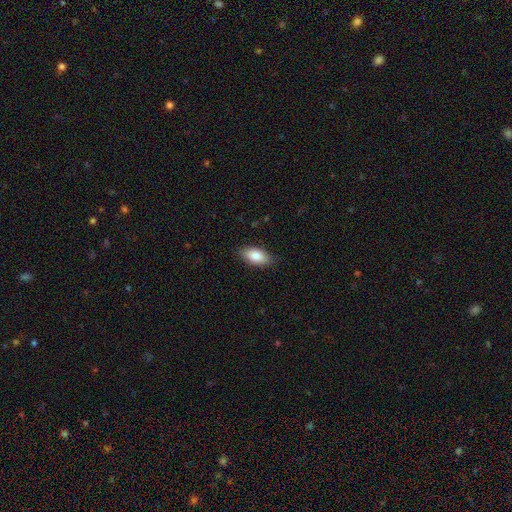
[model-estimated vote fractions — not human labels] smooth 83%, featured or disk 10%, star or artifact 7%. Down the decision tree: how rounded — in between (92%); merging — none (86%).